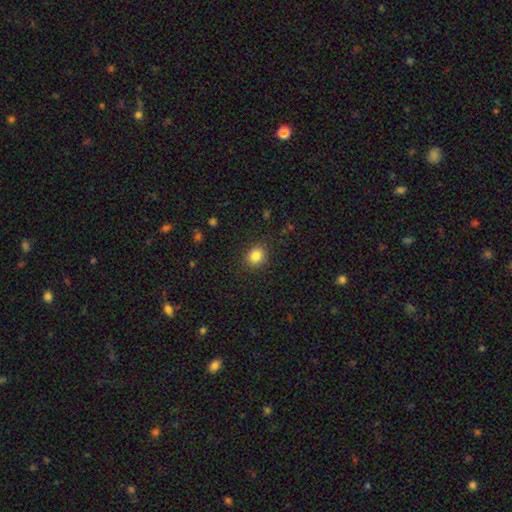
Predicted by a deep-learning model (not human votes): Overall: smooth (84%). How rounded: round (75%). Merging: none (87%).